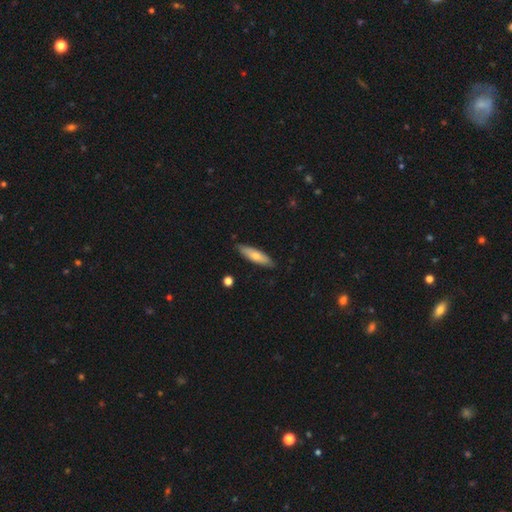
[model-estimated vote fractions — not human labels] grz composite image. It shows a smooth galaxy with no disk features (67%) that is cigar-shaped (70%). Merging: none (85%).